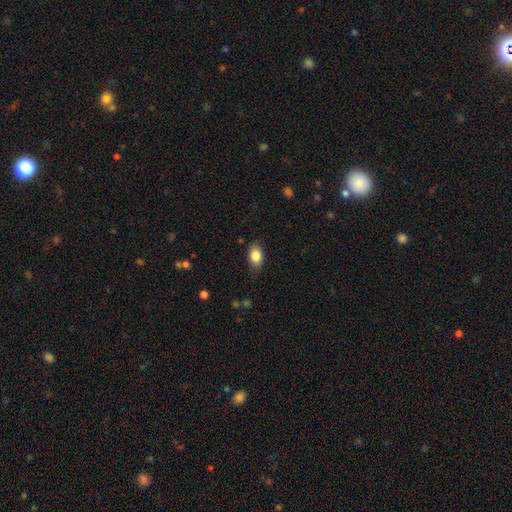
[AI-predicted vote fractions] This appears to be a smooth galaxy with no disk features (85%) that is in between round and cigar-shaped (84%). Merging: none (79%).